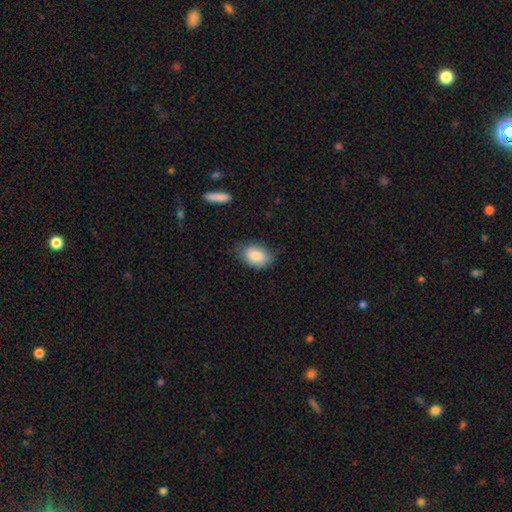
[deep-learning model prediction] A smooth galaxy with no disk features (85%) that is in between round and cigar-shaped (84%).

Vote fractions:
- Smooth or featured? smooth: 85% / featured or disk: 8% / star or artifact: 7%
- How rounded? in between: 84% / round: 15% / cigar-shaped: 1%
- Merging? none: 70% / minor disturbance: 24% / major disturbance: 5% / merger: 1%